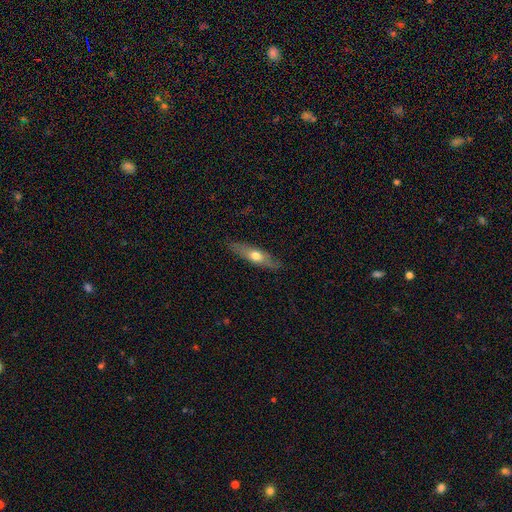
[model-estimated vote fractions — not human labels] A smooth galaxy with no disk features (51%) that is cigar-shaped (66%). Merging: none (85%).